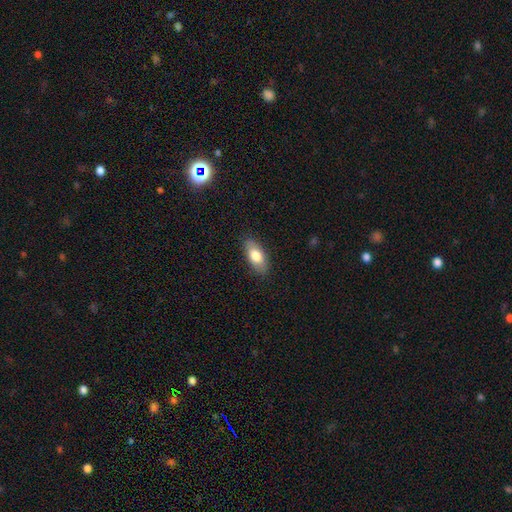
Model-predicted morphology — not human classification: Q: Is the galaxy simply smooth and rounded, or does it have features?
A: smooth — 77%.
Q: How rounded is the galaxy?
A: in between — 88%.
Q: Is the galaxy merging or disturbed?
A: none — 86%.